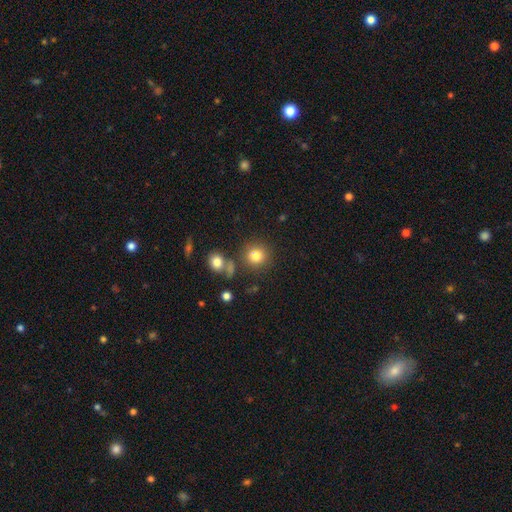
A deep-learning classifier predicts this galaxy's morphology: A smooth galaxy with no disk features (82%) that is round (88%).

Vote fractions:
- Smooth or featured? smooth: 82% / star or artifact: 11% / featured or disk: 7%
- How rounded? round: 88% / in between: 11% / cigar-shaped: 1%
- Merging? none: 78% / minor disturbance: 9% / merger: 9% / major disturbance: 4%